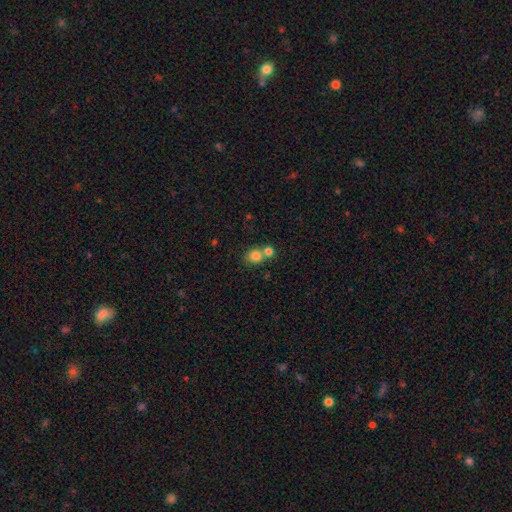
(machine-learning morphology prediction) smooth-or-featured: smooth: 80% | star or artifact: 11% | featured or disk: 8%
  how-rounded: round: 79% | in between: 20% | cigar-shaped: 1%
  merging: none: 47% | merger: 43% | minor disturbance: 7% | major disturbance: 3%